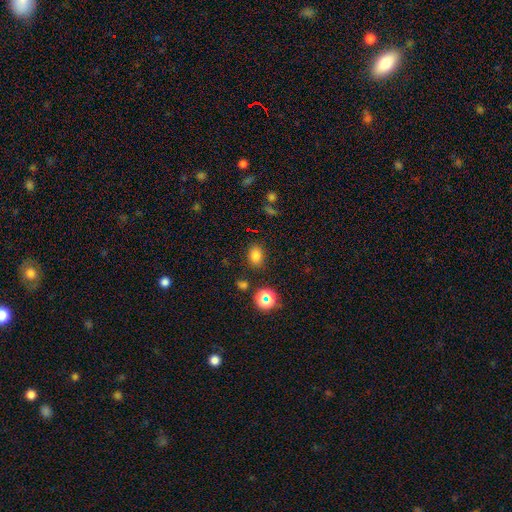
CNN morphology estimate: This is likely a smooth galaxy (77%). How rounded: likely in between (62%). Merging: clearly none (84%).